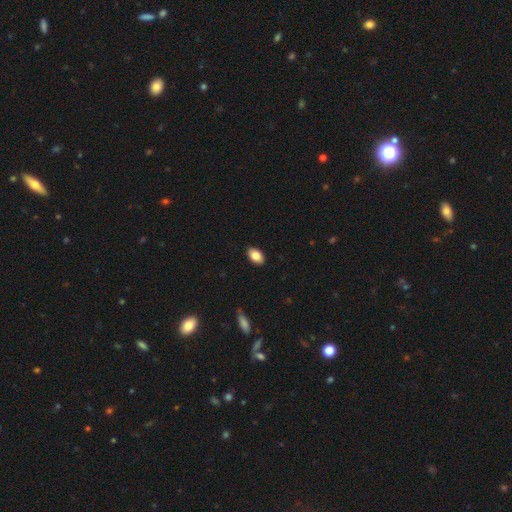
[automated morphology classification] Smooth or featured?
  - smooth: 85% *
  - featured or disk: 8%
  - star or artifact: 7%
How rounded?
  - in between: 91% *
  - round: 8%
  - cigar-shaped: 1%
Merging?
  - none: 89% *
  - minor disturbance: 8%
  - major disturbance: 2%
  - merger: 1%